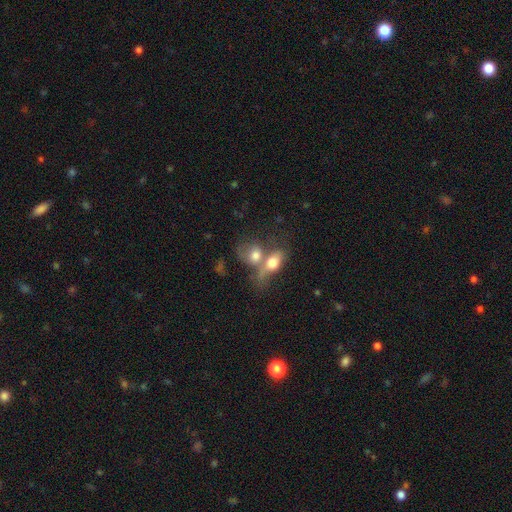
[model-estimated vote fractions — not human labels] A smooth galaxy with no disk features (68%) that is in between round and cigar-shaped (68%).

Vote fractions:
- Smooth or featured? smooth: 68% / featured or disk: 23% / star or artifact: 9%
- How rounded? in between: 68% / round: 28% / cigar-shaped: 5%
- Merging? merger: 68% / none: 16% / major disturbance: 8% / minor disturbance: 7%